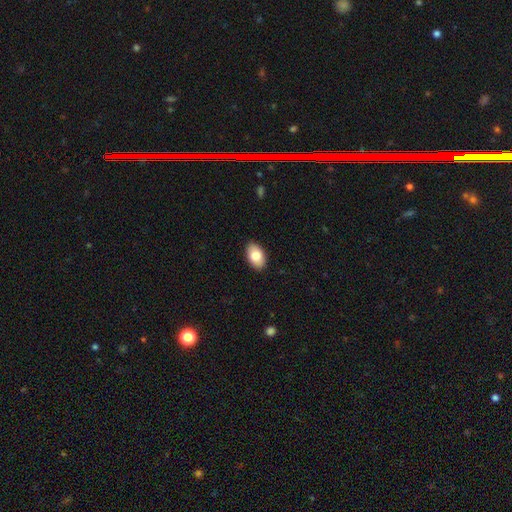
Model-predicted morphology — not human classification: This is clearly a smooth galaxy (80%). How rounded: clearly in between (92%). Merging: clearly none (89%).